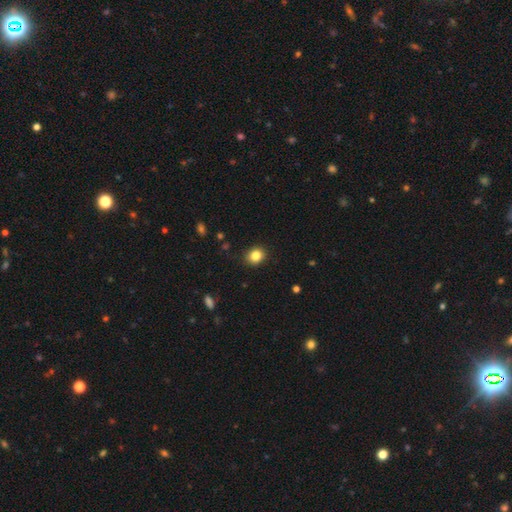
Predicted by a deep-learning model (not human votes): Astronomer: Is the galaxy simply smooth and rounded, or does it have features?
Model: smooth — 84%.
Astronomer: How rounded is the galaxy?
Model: round — 70%.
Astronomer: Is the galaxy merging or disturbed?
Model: none — 89%.